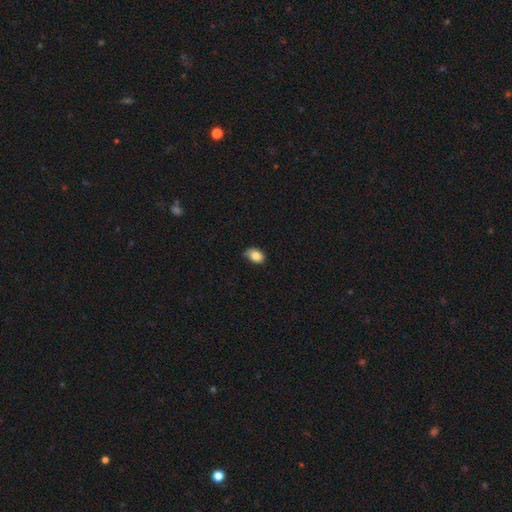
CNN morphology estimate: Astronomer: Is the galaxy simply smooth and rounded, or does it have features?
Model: smooth — 85%.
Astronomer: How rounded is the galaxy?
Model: in between — 78%.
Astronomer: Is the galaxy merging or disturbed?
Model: none — 64%.